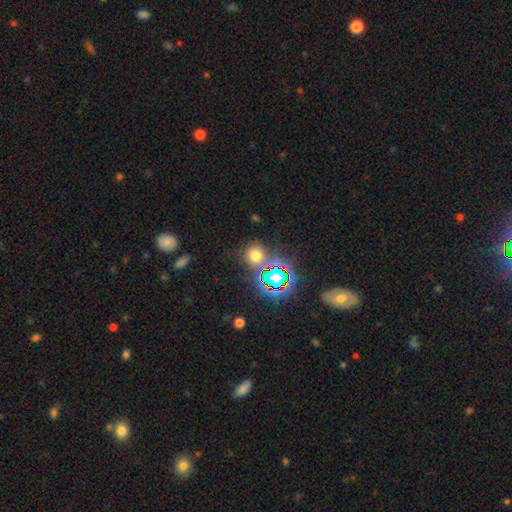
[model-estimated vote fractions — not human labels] smooth 60%, star or artifact 32%, featured or disk 7%. Down the decision tree: how rounded — round (85%); merging — none (77%).